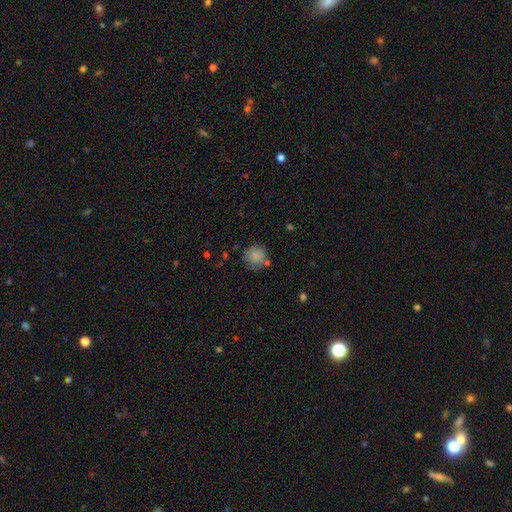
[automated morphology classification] This appears to be a smooth galaxy with no disk features (84%) that is round (90%). Merging: none (73%).